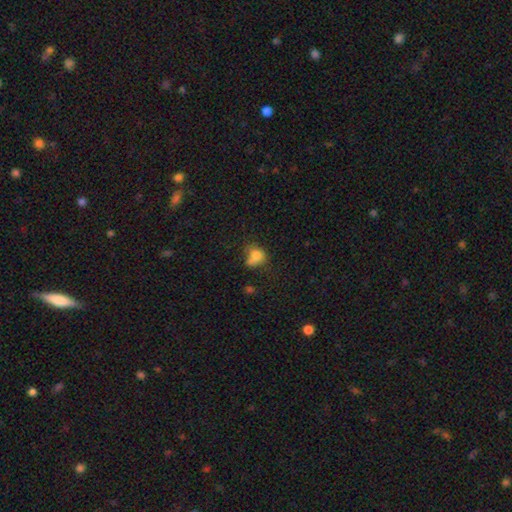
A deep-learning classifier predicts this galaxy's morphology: A smooth galaxy with no disk features (76%) that is round (55%). Merging: none (36%).